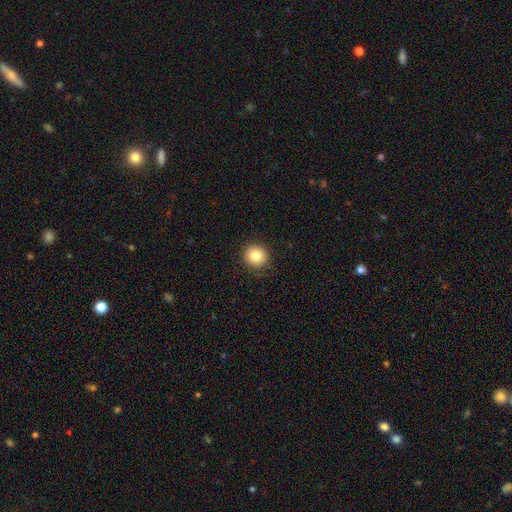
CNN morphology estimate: Smooth or featured?
  - smooth: 85% *
  - star or artifact: 9%
  - featured or disk: 6%
How rounded?
  - round: 93% *
  - in between: 6%
  - cigar-shaped: 1%
Merging?
  - none: 90% *
  - minor disturbance: 7%
  - major disturbance: 2%
  - merger: 1%